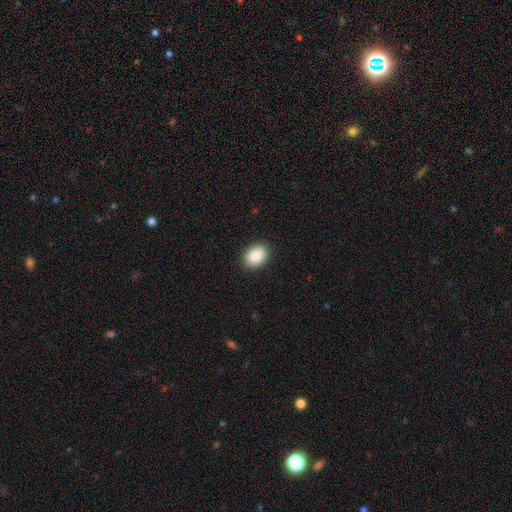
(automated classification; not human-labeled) A smooth galaxy with no disk features (89%) that is in between round and cigar-shaped (71%). Merging: none (89%).